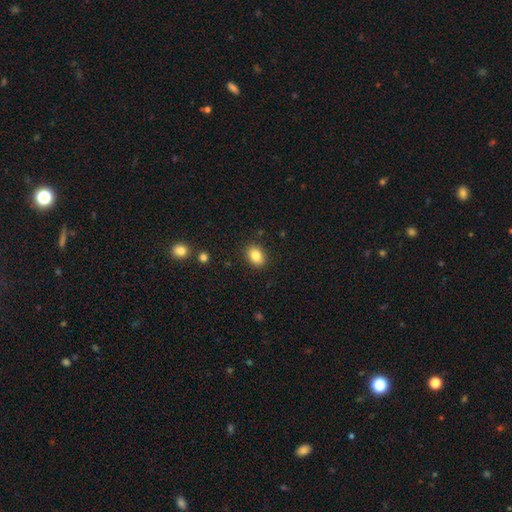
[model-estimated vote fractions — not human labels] Q: Smooth or featured?
A: smooth (84%); runner-up: star or artifact (9%)
Q: How rounded?
A: in between (71%); runner-up: round (28%)
Q: Merging?
A: none (88%); runner-up: minor disturbance (8%)